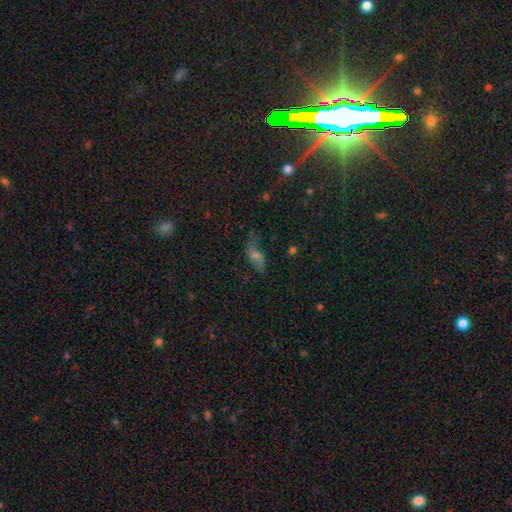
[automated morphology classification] Smooth or featured? featured or disk (49%)
Merging? none (62%)